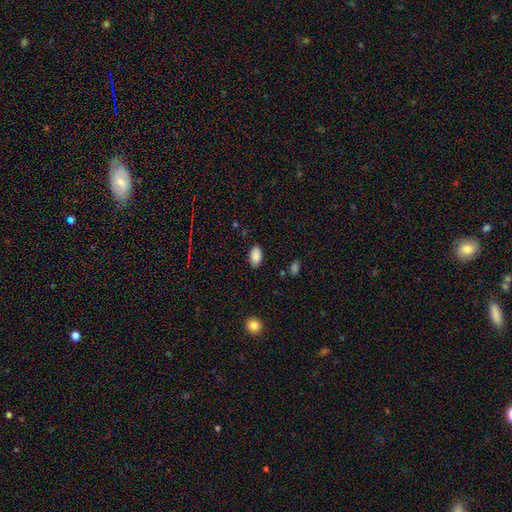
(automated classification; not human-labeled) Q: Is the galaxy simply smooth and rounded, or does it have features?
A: smooth — 88%.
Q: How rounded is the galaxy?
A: in between — 93%.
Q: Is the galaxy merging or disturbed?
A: none — 84%.